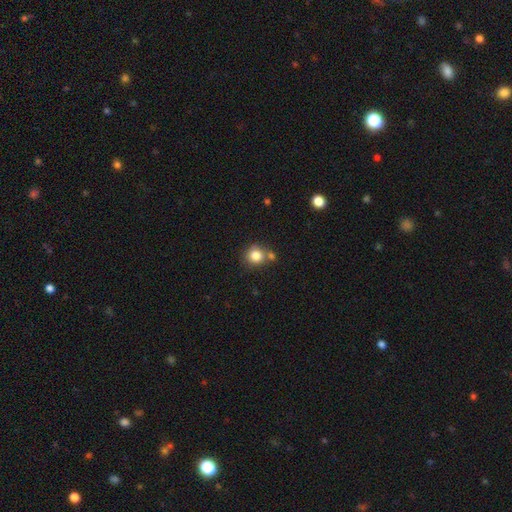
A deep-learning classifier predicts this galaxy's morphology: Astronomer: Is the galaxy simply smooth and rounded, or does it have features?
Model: smooth — 82%.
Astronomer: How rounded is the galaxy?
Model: round — 87%.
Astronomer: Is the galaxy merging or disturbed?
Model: none — 63%.